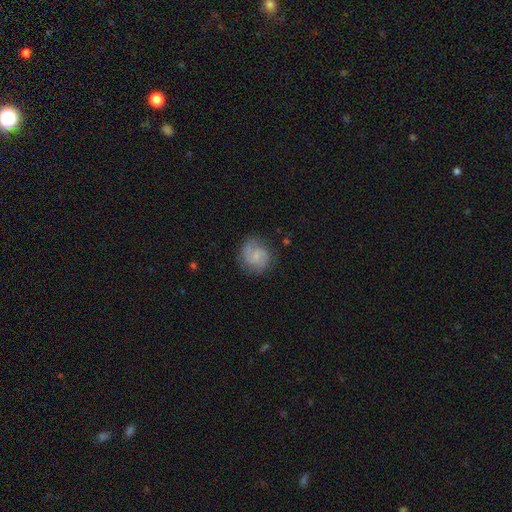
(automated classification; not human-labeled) Smooth or featured? featured or disk (53%)
Edge-on disk? no (98%)
Bar? no (53%)
Spiral arms? yes (90%)
Bulge size? small (54%)
Merging? none (73%)